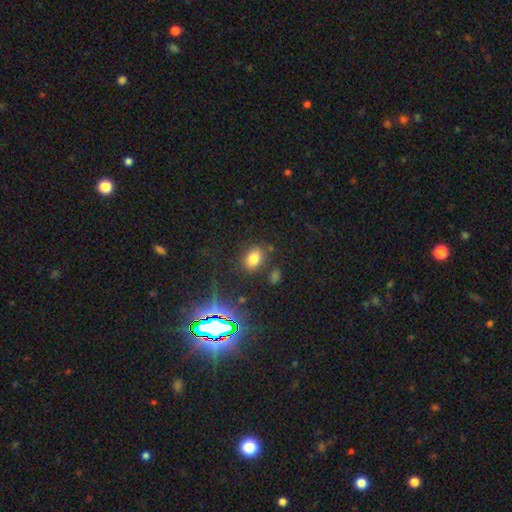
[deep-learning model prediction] The model was most divided on "how rounded": in between: 70%, round: 28%, cigar-shaped: 1%. More confident: merging — none (80%); smooth or featured — smooth (74%).